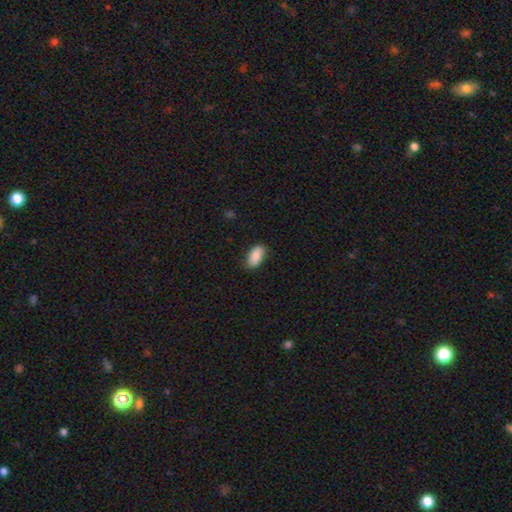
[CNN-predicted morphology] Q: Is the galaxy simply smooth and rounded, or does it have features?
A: smooth — 86%.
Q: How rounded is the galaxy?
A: in between — 93%.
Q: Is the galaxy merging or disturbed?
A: none — 78%.